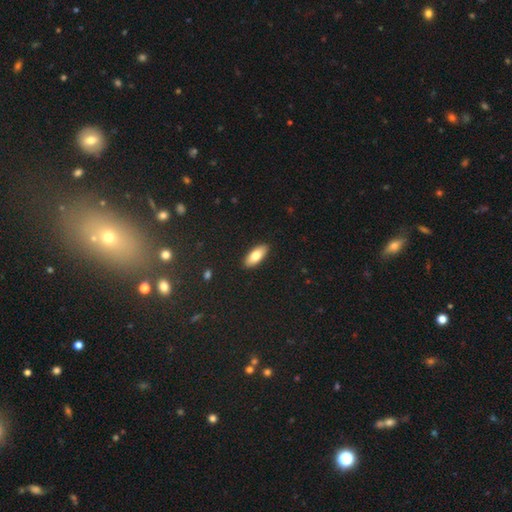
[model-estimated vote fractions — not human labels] Smooth or featured? smooth (79%)
How rounded? in between (82%)
Merging? none (89%)